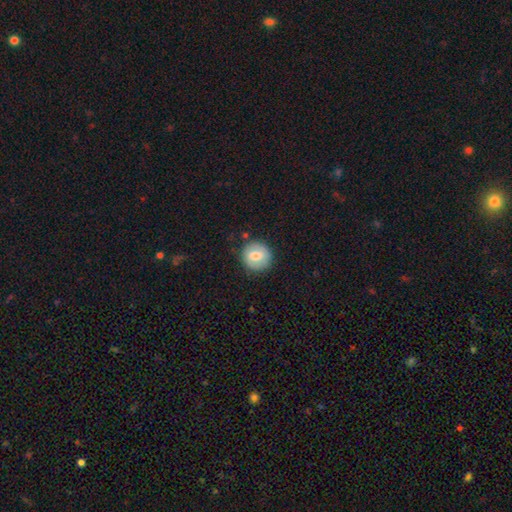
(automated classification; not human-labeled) smooth 67%, featured or disk 26%, star or artifact 7%. Down the decision tree: how rounded — round (89%); merging — none (85%).